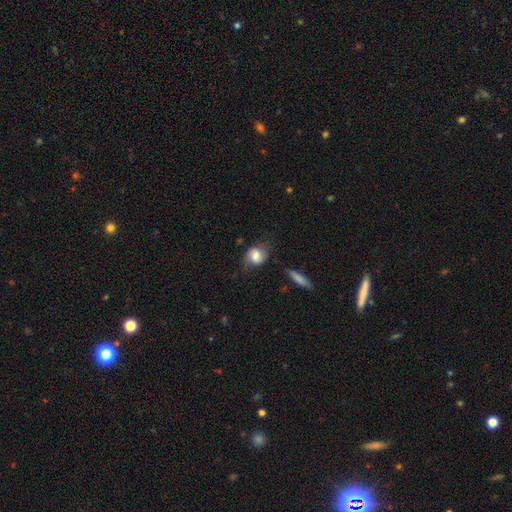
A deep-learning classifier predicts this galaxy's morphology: smooth 69%, featured or disk 23%, star or artifact 8%. Down the decision tree: how rounded — in between (53%); merging — none (61%).